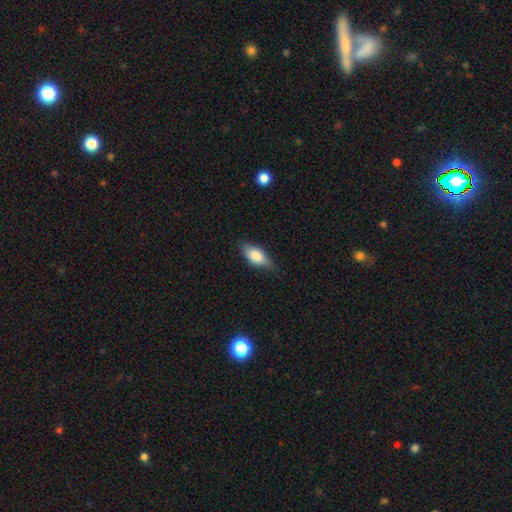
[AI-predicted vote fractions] smooth 78%, featured or disk 15%, star or artifact 7%. Down the decision tree: how rounded — in between (84%); merging — none (76%).